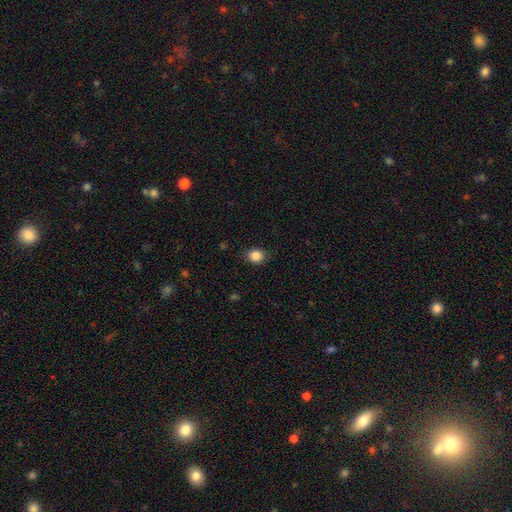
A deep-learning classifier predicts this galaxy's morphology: This is clearly a smooth galaxy (86%). How rounded: likely round (65%). Merging: clearly none (86%).